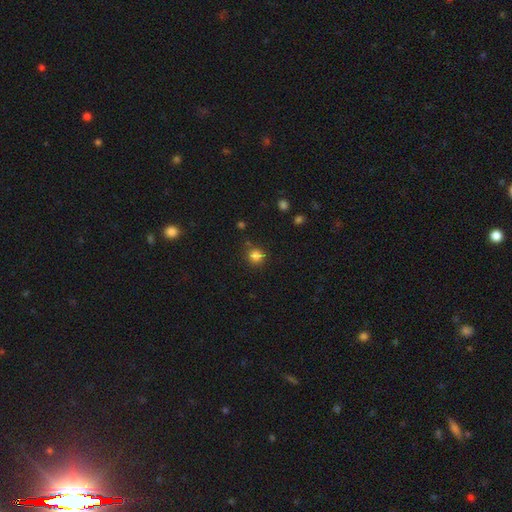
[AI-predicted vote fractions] Morphology: type=smooth (81%); roundness=round (87%); merging=none (76%).